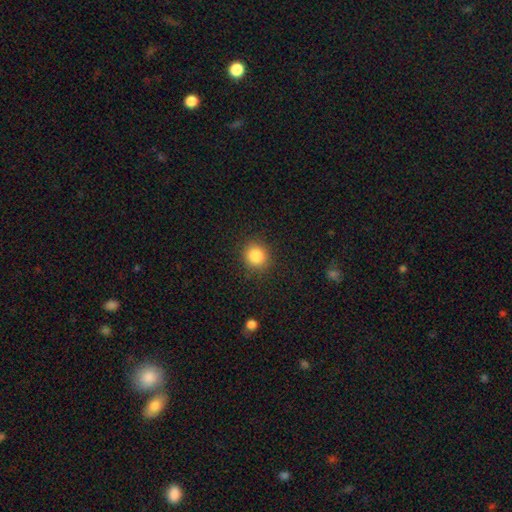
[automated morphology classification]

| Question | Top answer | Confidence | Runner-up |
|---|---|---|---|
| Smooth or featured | smooth | 85% | star or artifact (10%) |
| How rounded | round | 86% | in between (13%) |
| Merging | none | 89% | minor disturbance (7%) |